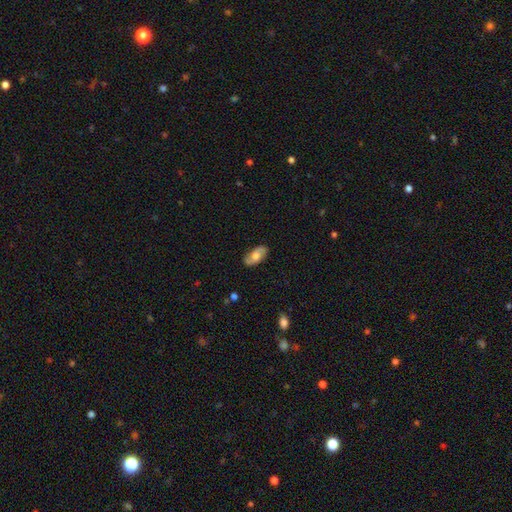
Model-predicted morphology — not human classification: Smooth or featured?
  - smooth: 58% *
  - featured or disk: 36%
  - star or artifact: 7%
How rounded?
  - in between: 90% *
  - cigar-shaped: 7%
  - round: 3%
Merging?
  - none: 79% *
  - minor disturbance: 16%
  - major disturbance: 3%
  - merger: 2%